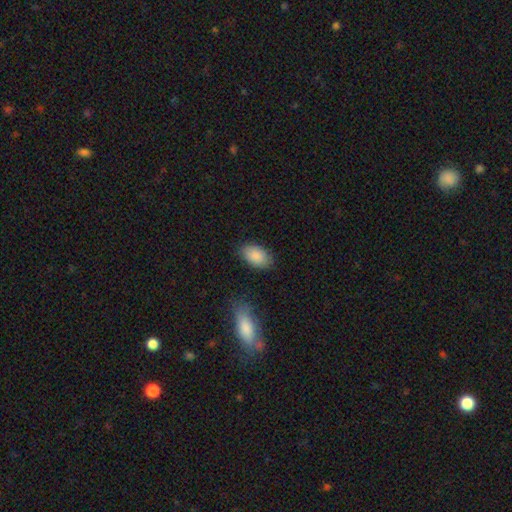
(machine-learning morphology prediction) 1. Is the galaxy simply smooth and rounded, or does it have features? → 87% smooth, 7% star or artifact, 6% featured or disk.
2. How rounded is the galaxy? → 93% in between, 6% round, 1% cigar-shaped.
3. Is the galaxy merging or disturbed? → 82% none, 13% minor disturbance, 3% major disturbance, 2% merger.